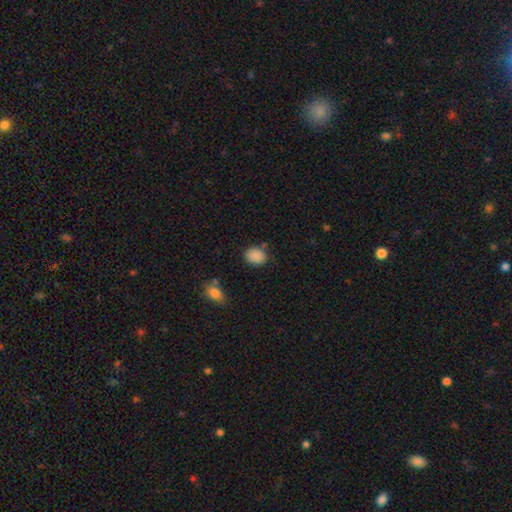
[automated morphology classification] A smooth galaxy with no disk features (88%) that is in between round and cigar-shaped (61%). Merging: none (74%).